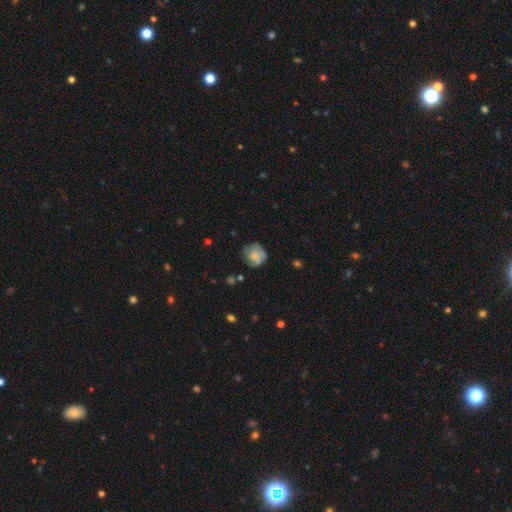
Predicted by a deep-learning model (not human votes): A smooth galaxy with no disk features (46%). Merging: none (61%).